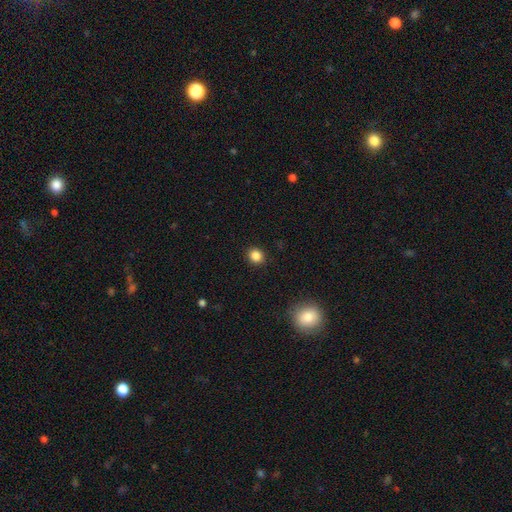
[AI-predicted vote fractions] Smooth or featured: smooth — 85% (star or artifact — 11%)
How rounded: round — 83% (in between — 16%)
Merging: none — 91% (minor disturbance — 6%)